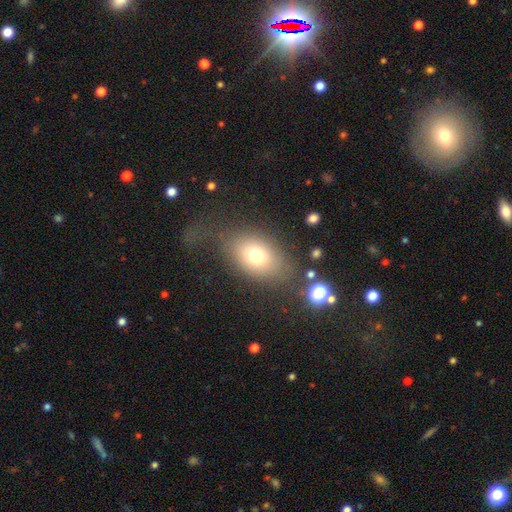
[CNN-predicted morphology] This appears to be a smooth galaxy with no disk features (71%) that is in between round and cigar-shaped (77%). Merging: none (62%).